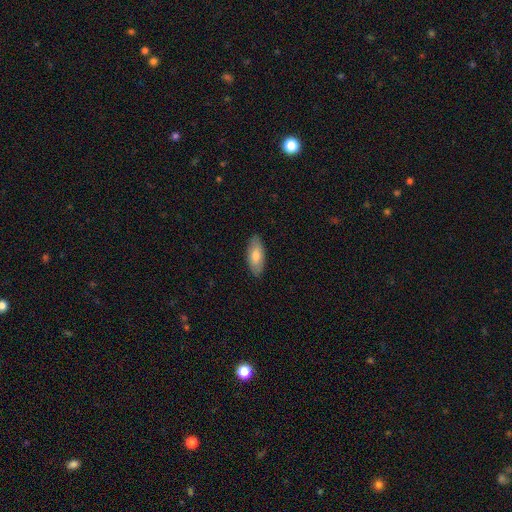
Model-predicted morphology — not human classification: type=smooth (74%); roundness=in between (87%); merging=none (85%).